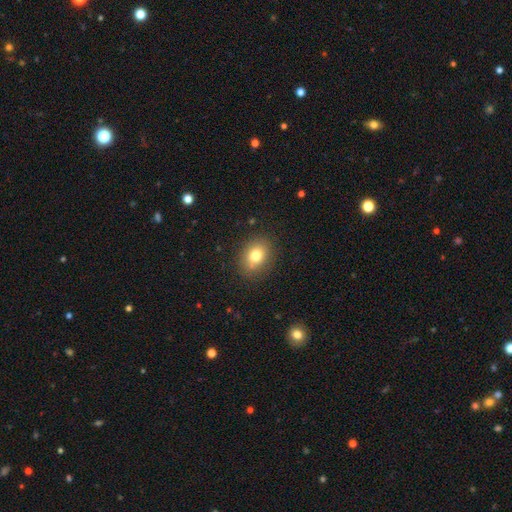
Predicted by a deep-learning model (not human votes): smooth 78%, featured or disk 11%, star or artifact 11%. Down the decision tree: how rounded — in between (54%); merging — none (83%).